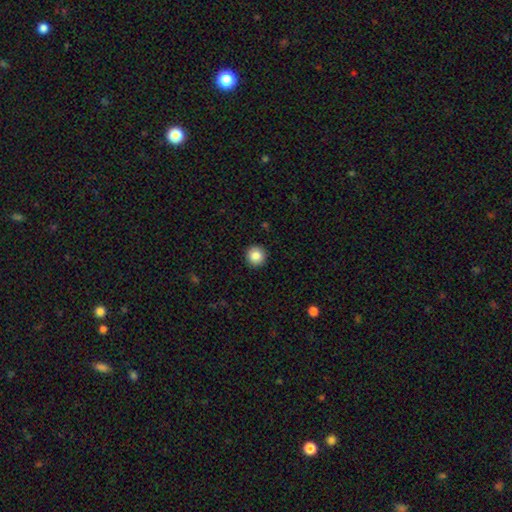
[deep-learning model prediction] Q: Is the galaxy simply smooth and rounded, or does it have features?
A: smooth — 86%.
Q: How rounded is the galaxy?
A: round — 95%.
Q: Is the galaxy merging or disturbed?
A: none — 93%.